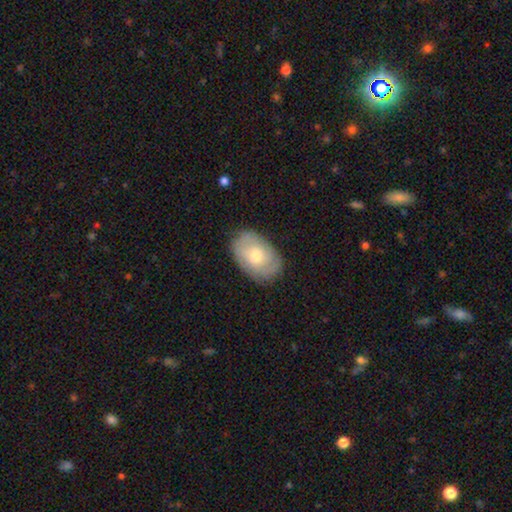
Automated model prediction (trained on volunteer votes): Q: Smooth or featured?
A: smooth (52%); runner-up: featured or disk (41%)
Q: How rounded?
A: in between (87%); runner-up: round (11%)
Q: Merging?
A: none (79%); runner-up: minor disturbance (16%)